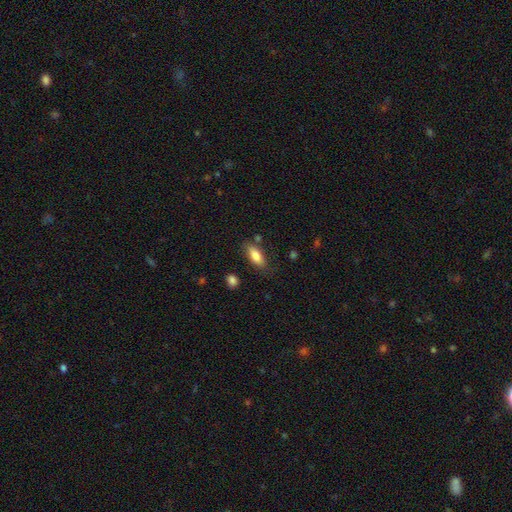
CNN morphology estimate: Smooth or featured? Predicted: smooth (p=0.82). How rounded? Predicted: in between (p=0.80). Merging? Predicted: none (p=0.77).